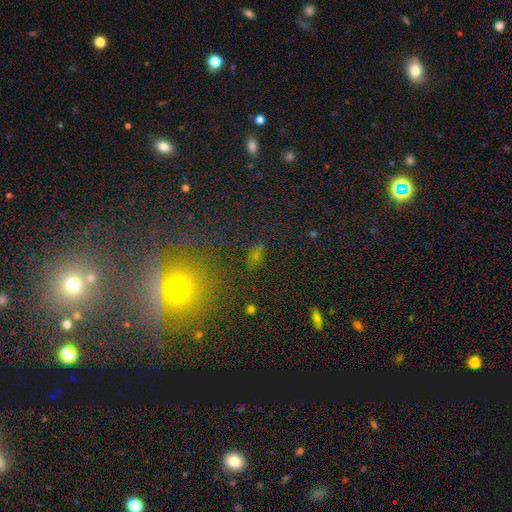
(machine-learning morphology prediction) star or artifact 45%, smooth 44%, featured or disk 11%.